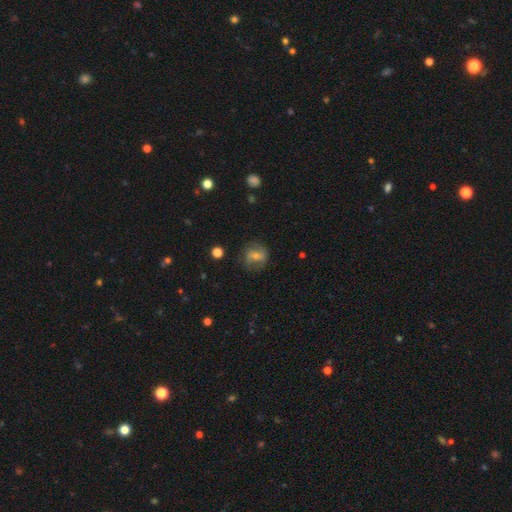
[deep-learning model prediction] Morphology: type=featured or disk (44%); merging=none (73%).